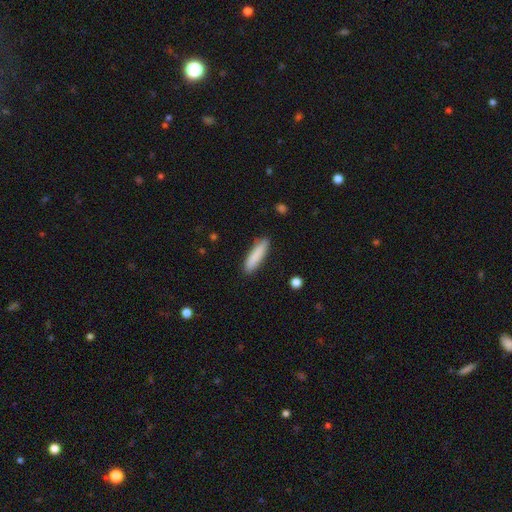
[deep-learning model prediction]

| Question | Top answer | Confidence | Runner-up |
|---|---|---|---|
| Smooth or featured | smooth | 87% | featured or disk (8%) |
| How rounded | cigar-shaped | 75% | in between (24%) |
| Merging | none | 88% | minor disturbance (9%) |